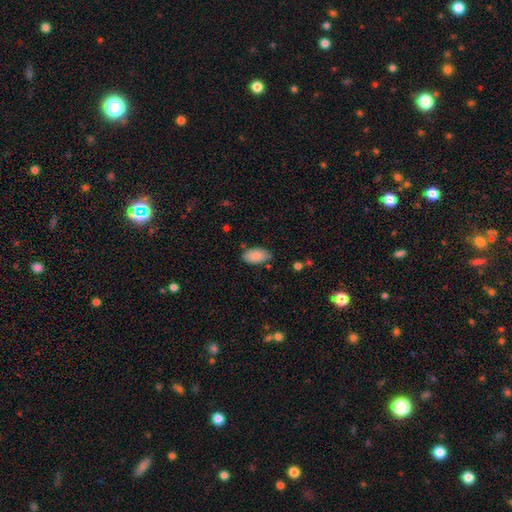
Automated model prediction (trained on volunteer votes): A smooth galaxy with no disk features (84%) that is in between round and cigar-shaped (94%). Merging: none (76%).